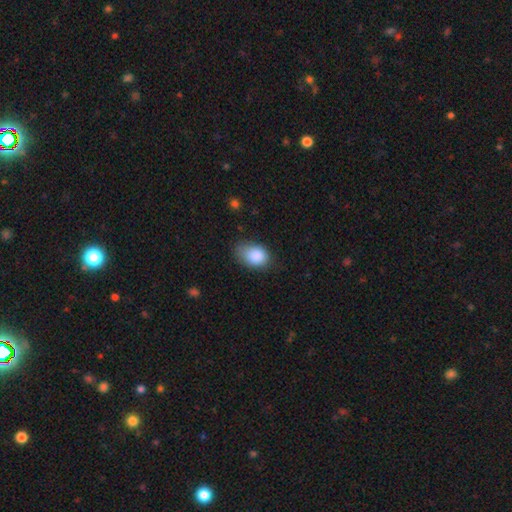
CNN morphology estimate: Smooth or featured?
  - smooth: 87% *
  - star or artifact: 8%
  - featured or disk: 5%
How rounded?
  - in between: 80% *
  - round: 19%
  - cigar-shaped: 1%
Merging?
  - none: 60% *
  - minor disturbance: 31%
  - major disturbance: 8%
  - merger: 2%